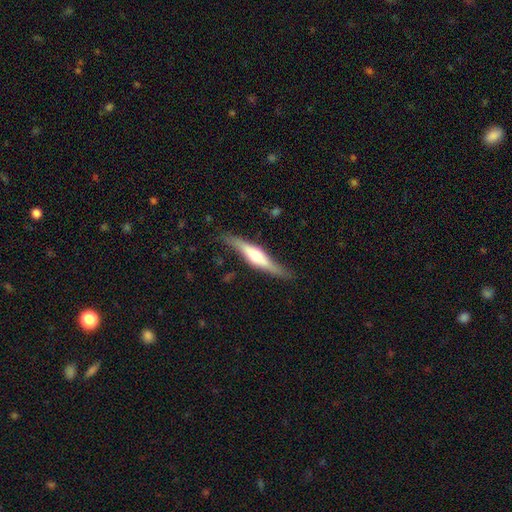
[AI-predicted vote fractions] smooth_or_featured: featured or disk (p=0.68) [alt: smooth p=0.27]
disk_edge_on: yes (p=0.93) [alt: no p=0.07]
edge_on_bulge: rounded (p=0.84) [alt: boxy p=0.11]
merging: none (p=0.80) [alt: minor disturbance p=0.15]